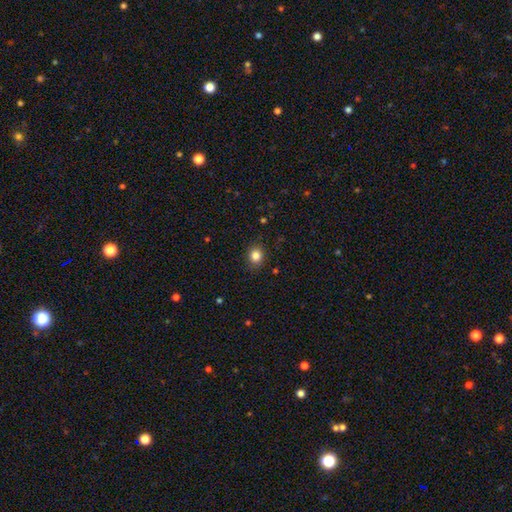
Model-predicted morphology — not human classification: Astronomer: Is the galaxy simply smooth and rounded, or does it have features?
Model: smooth — 84%.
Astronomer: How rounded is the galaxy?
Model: round — 75%.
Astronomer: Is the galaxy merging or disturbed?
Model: none — 87%.